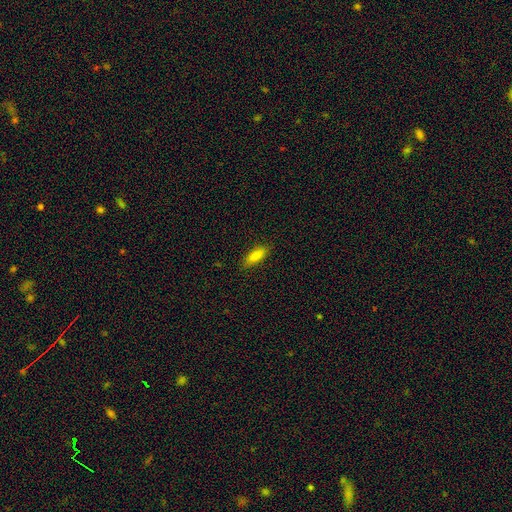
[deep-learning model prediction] Smooth or featured? Predicted: smooth (p=0.83). How rounded? Predicted: in between (p=0.61). Merging? Predicted: none (p=0.86).